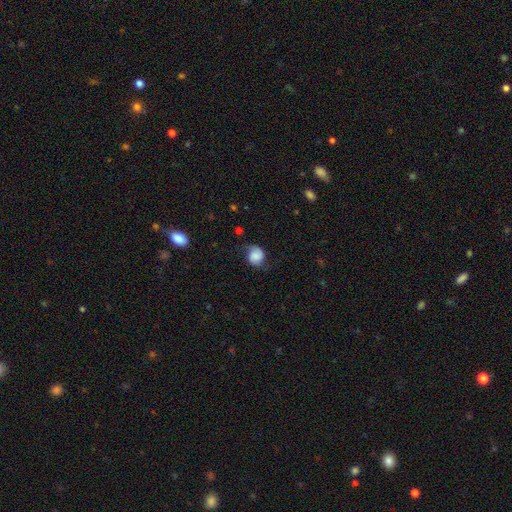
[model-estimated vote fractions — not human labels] smooth_or_featured: smooth (p=0.61) [alt: featured or disk p=0.30]
how_rounded: round (p=0.73) [alt: in between p=0.26]
merging: none (p=0.57) [alt: minor disturbance p=0.29]